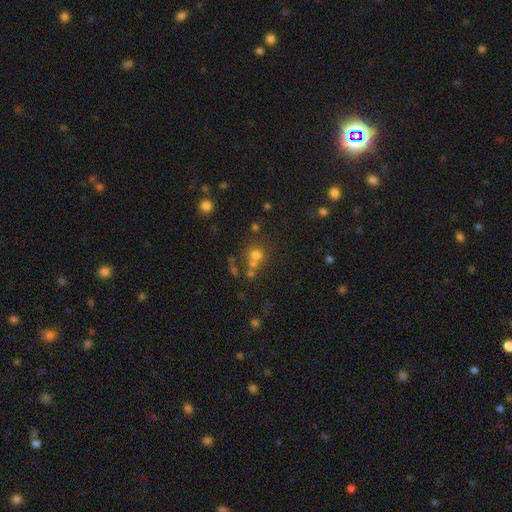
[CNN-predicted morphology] A smooth galaxy with no disk features (65%) that is round (86%). Merging: none (52%).